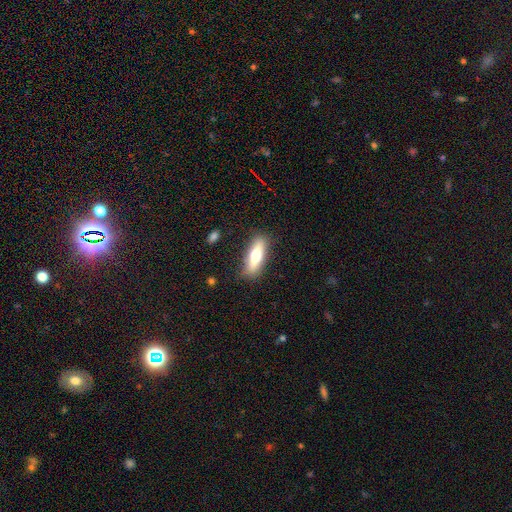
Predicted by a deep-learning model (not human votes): This is likely a smooth galaxy (62%). How rounded: possibly in between (51%). Merging: clearly none (83%).